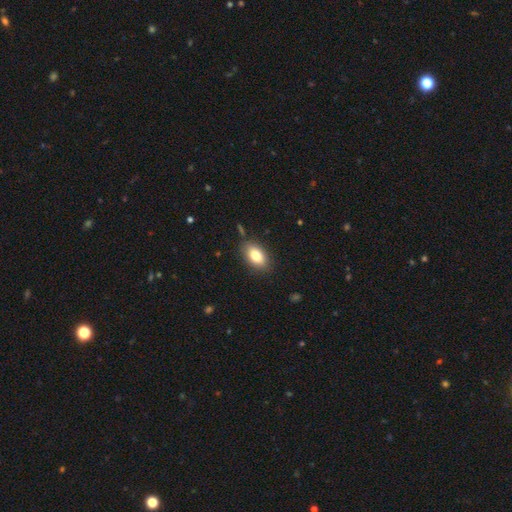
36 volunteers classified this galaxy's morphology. smooth_or_featured: smooth (p=0.86) [alt: featured or disk p=0.14]
how_rounded: in between (p=0.90) [alt: round p=0.06]
merging: none (p=0.83) [alt: minor disturbance p=0.14]